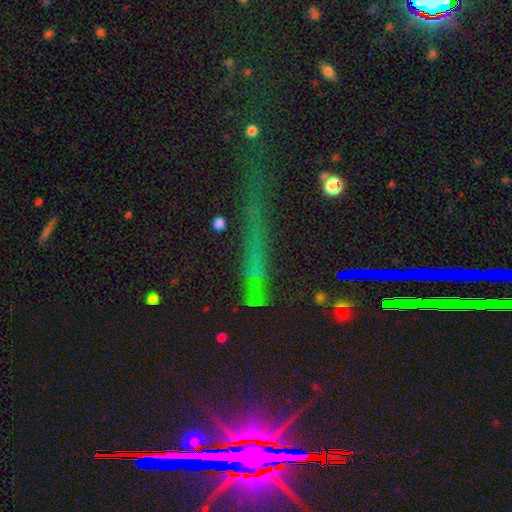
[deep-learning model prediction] Smooth or featured?
  - star or artifact: 60% *
  - smooth: 22%
  - featured or disk: 18%